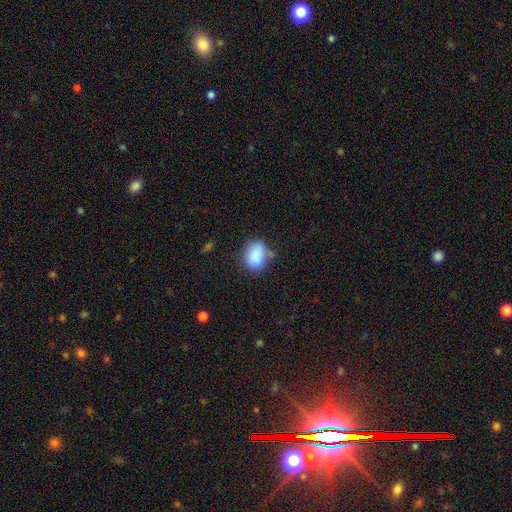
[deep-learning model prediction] This is clearly a smooth galaxy (84%). How rounded: likely in between (67%). Merging: possibly none (55%).